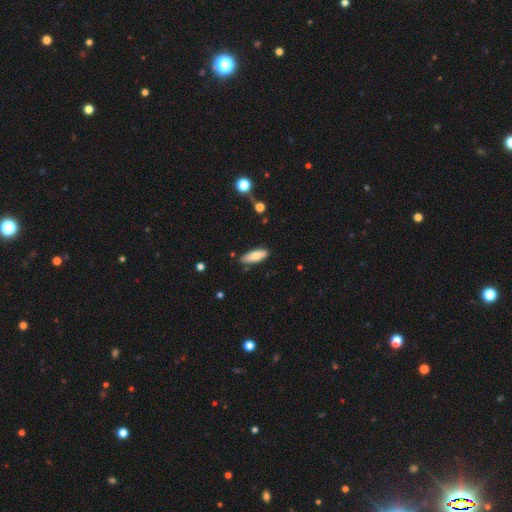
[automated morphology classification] smooth_or_featured: smooth (p=0.78) [alt: featured or disk p=0.15]
how_rounded: in between (p=0.71) [alt: cigar-shaped p=0.27]
merging: none (p=0.81) [alt: minor disturbance p=0.14]